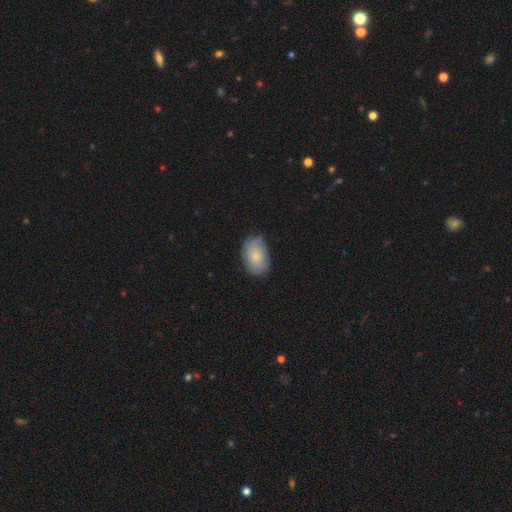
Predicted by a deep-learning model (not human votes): This appears to be a smooth galaxy with no disk features (76%) that is in between round and cigar-shaped (87%). Merging: none (68%).